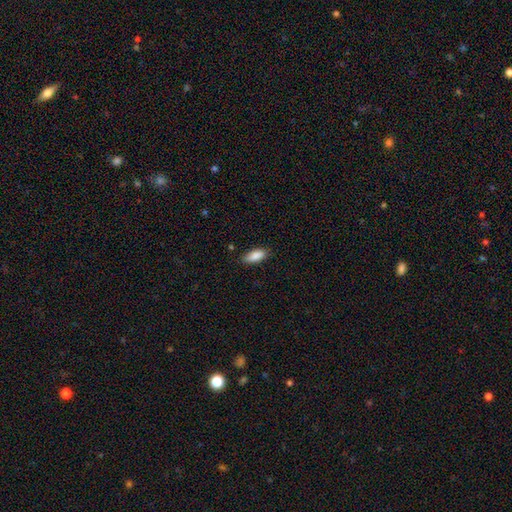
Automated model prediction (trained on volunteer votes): Morphology: type=smooth (88%); roundness=in between (80%); merging=none (83%).